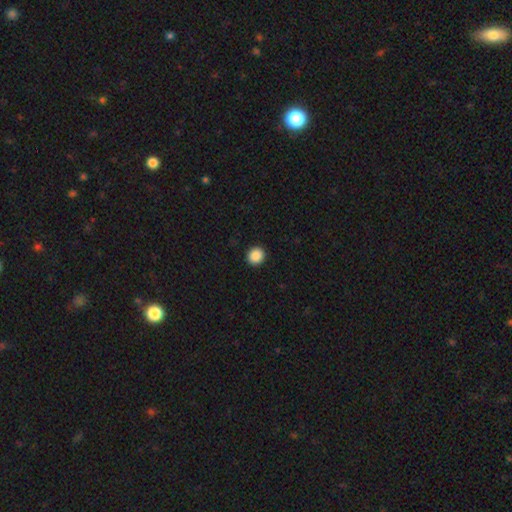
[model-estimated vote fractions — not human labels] The model was most divided on "how rounded": round: 88%, in between: 11%, cigar-shaped: 1%. More confident: merging — none (93%); smooth or featured — smooth (89%).